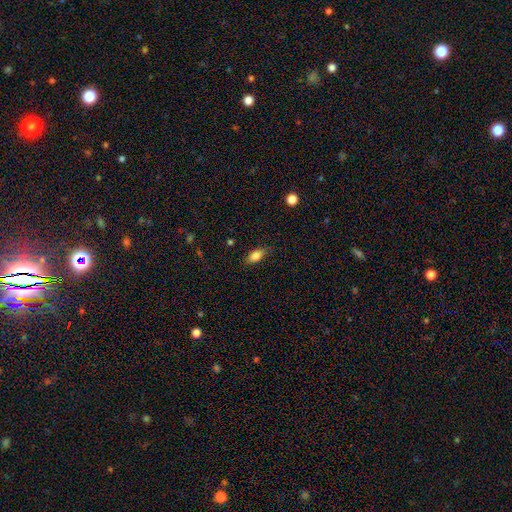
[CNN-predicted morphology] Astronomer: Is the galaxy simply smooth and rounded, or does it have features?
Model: smooth — 81%.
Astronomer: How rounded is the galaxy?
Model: in between — 83%.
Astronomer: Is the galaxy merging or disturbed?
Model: none — 81%.